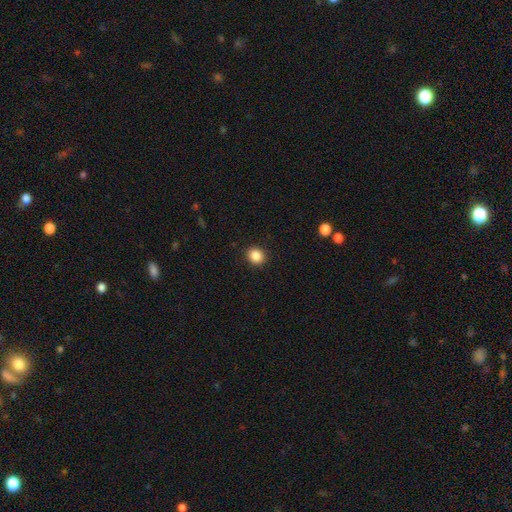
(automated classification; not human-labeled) This appears to be a smooth galaxy with no disk features (87%) that is round (73%). Merging: none (91%).